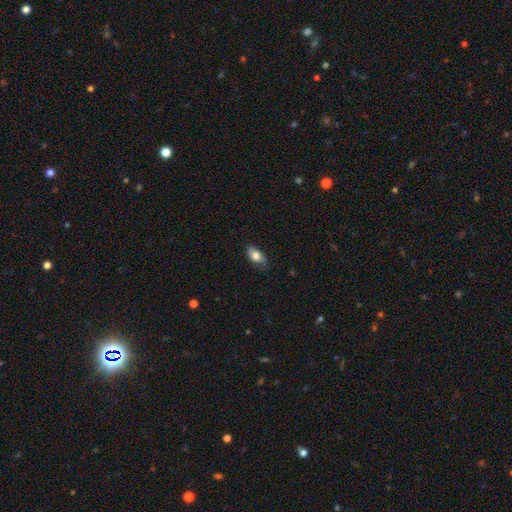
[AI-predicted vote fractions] A smooth galaxy with no disk features (78%) that is in between round and cigar-shaped (90%).

Vote fractions:
- Smooth or featured? smooth: 78% / featured or disk: 15% / star or artifact: 7%
- How rounded? in between: 90% / round: 7% / cigar-shaped: 4%
- Merging? none: 74% / minor disturbance: 21% / major disturbance: 4% / merger: 1%